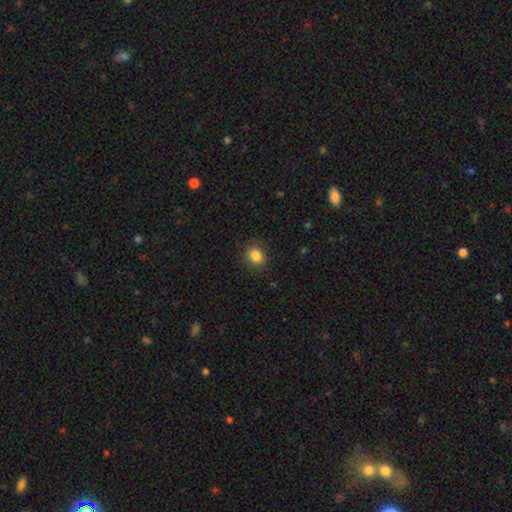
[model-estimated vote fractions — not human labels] Smooth or featured? Predicted: smooth (p=0.84). How rounded? Predicted: round (p=0.59). Merging? Predicted: none (p=0.83).